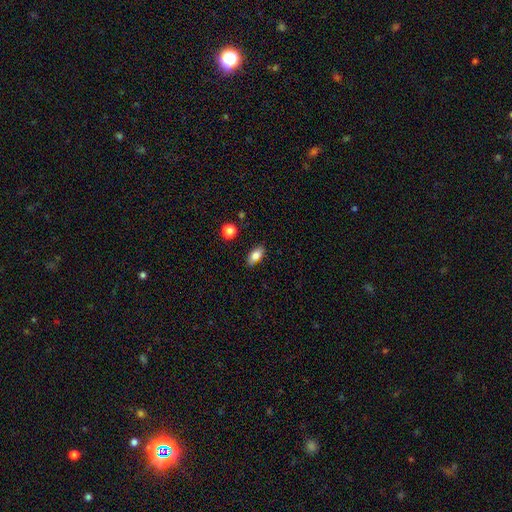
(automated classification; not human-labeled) Smooth or featured? Predicted: smooth (p=0.81). How rounded? Predicted: in between (p=0.86). Merging? Predicted: none (p=0.83).